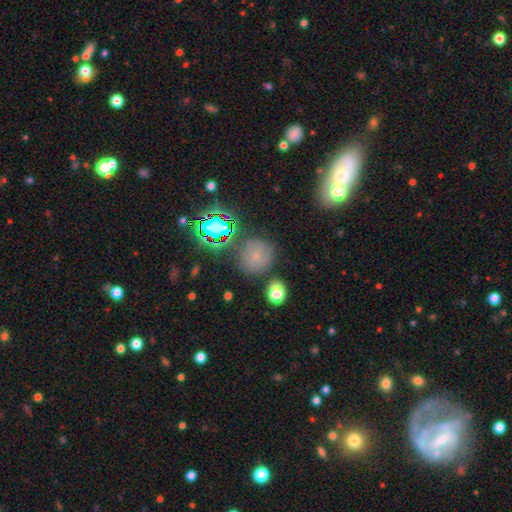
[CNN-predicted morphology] Smooth or featured?
  - smooth: 56% *
  - star or artifact: 29%
  - featured or disk: 15%
How rounded?
  - round: 87% *
  - in between: 12%
  - cigar-shaped: 1%
Merging?
  - none: 76% *
  - minor disturbance: 13%
  - merger: 5%
  - major disturbance: 5%